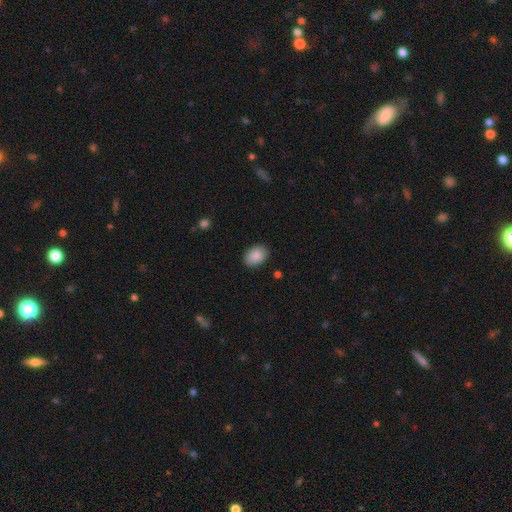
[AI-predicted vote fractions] Morphology: type=smooth (88%); roundness=in between (81%); merging=none (88%).